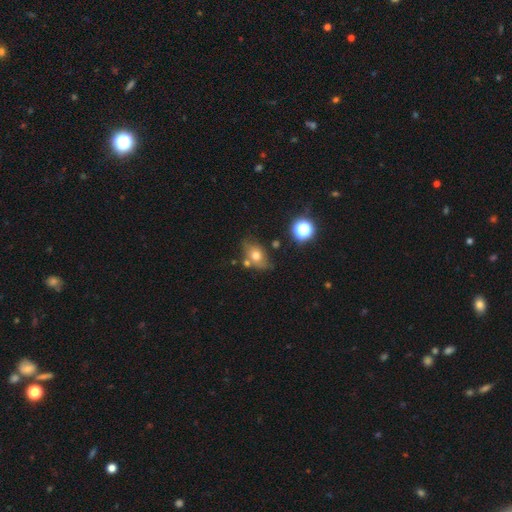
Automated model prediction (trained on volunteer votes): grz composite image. It shows a smooth galaxy with no disk features (66%) that is in between round and cigar-shaped (72%). Merging: none (59%).